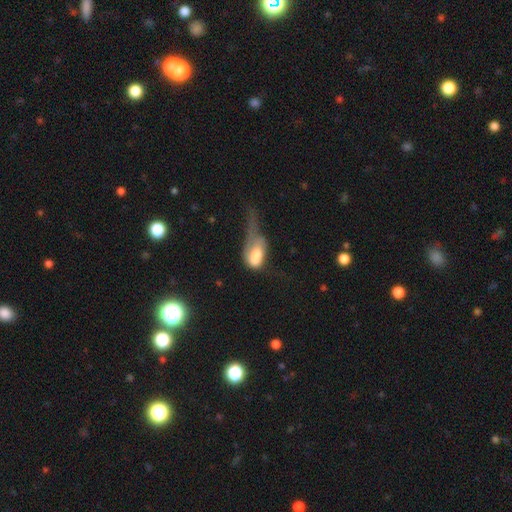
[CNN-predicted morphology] smooth-or-featured: smooth: 68% | featured or disk: 24% | star or artifact: 8%
  how-rounded: in between: 87% | round: 8% | cigar-shaped: 4%
  merging: major disturbance: 64% | minor disturbance: 18% | none: 10% | merger: 8%